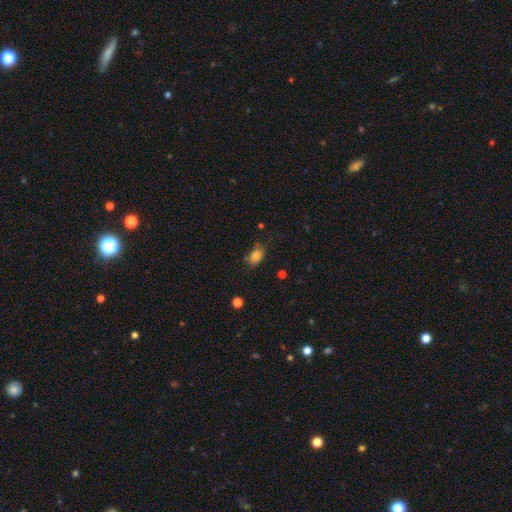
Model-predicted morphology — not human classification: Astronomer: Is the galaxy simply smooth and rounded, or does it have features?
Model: smooth — 80%.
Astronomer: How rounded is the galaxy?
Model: in between — 84%.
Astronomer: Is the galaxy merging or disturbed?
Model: none — 66%.